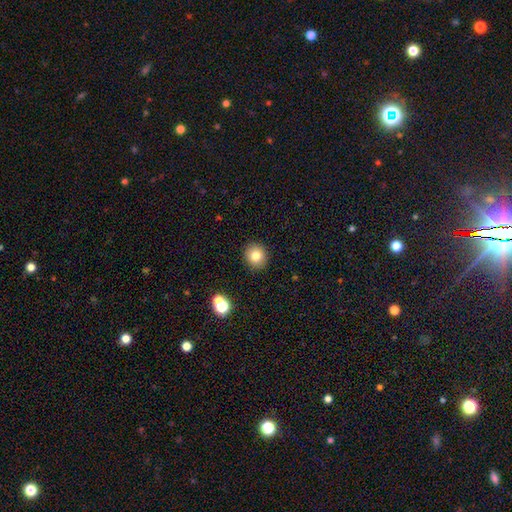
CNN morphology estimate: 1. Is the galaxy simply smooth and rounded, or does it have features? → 80% smooth, 11% star or artifact, 8% featured or disk.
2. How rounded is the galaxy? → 86% round, 13% in between, 1% cigar-shaped.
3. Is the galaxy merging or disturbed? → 91% none, 6% minor disturbance, 2% major disturbance, 2% merger.